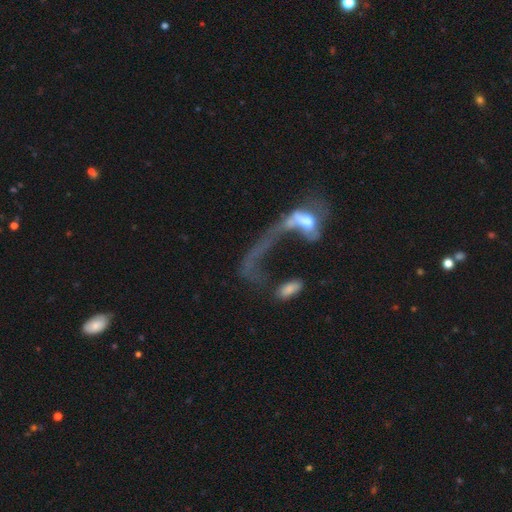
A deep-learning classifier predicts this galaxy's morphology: Smooth or featured?
  - featured or disk: 61% *
  - smooth: 25%
  - star or artifact: 14%
Edge-on disk?
  - no: 88% *
  - yes: 12%
Bar?
  - no: 65% *
  - weak: 24%
  - strong: 11%
Spiral arms?
  - yes: 55% *
  - no: 45%
Bulge size?
  - moderate: 39% *
  - small: 31%
  - none: 15%
  - large: 11%
  - dominant: 5%
Merging?
  - merger: 46% *
  - major disturbance: 32%
  - none: 14%
  - minor disturbance: 8%